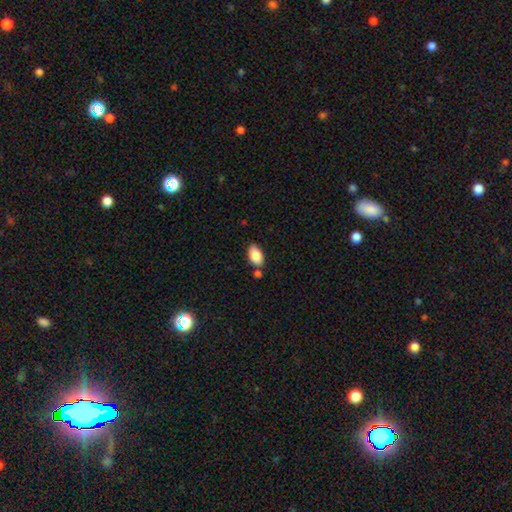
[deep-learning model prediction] Overall: smooth (86%). How rounded: in between (94%). Merging: none (72%).